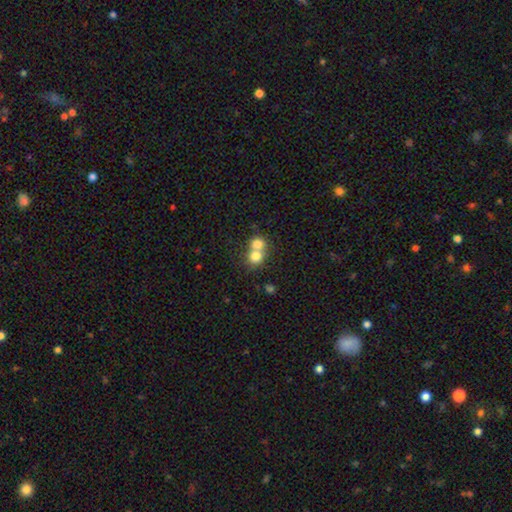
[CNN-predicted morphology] The model was most divided on "merging": merger: 66%, none: 27%, minor disturbance: 4%, major disturbance: 2%. More confident: how rounded — round (77%); smooth or featured — smooth (76%).